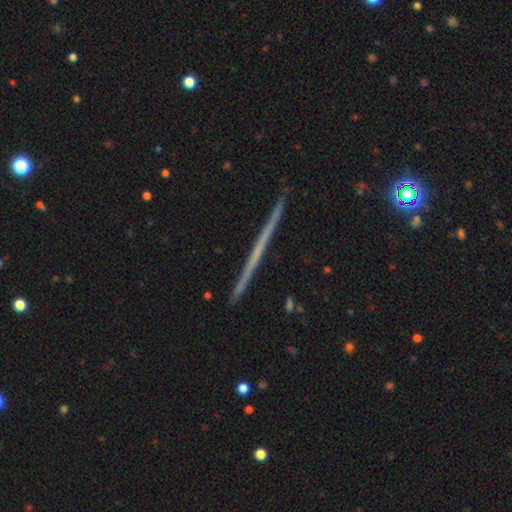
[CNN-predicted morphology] Smooth or featured? featured or disk (67%)
Edge-on disk? yes (98%)
Edge-on bulge? none (90%)
Merging? none (92%)